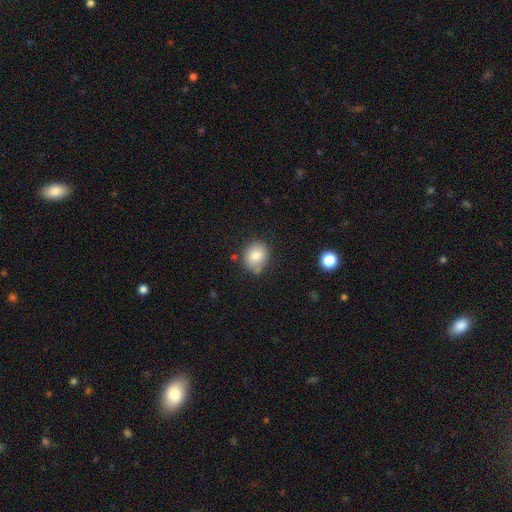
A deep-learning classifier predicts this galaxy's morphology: A smooth galaxy with no disk features (82%) that is round (65%). Merging: none (68%).